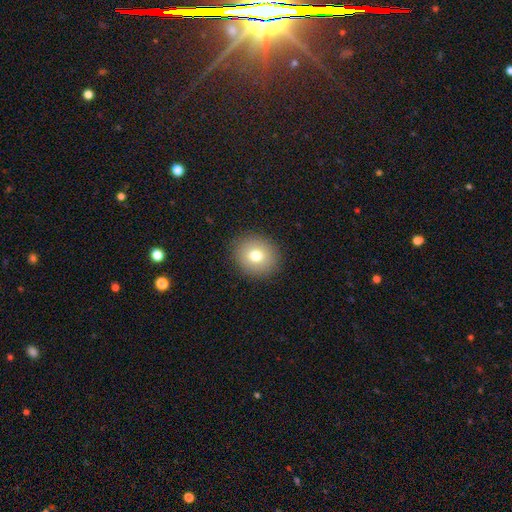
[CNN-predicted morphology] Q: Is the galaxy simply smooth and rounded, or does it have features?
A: smooth — 76%.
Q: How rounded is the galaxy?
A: round — 81%.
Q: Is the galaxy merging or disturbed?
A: none — 90%.